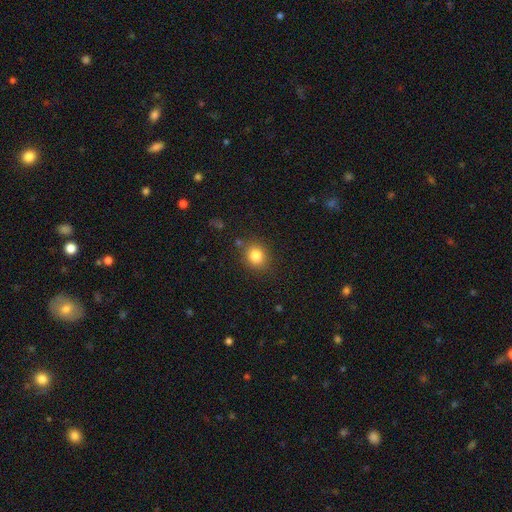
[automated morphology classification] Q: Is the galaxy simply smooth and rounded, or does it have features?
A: smooth — 83%.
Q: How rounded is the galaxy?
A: round — 73%.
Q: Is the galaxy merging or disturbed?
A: none — 83%.